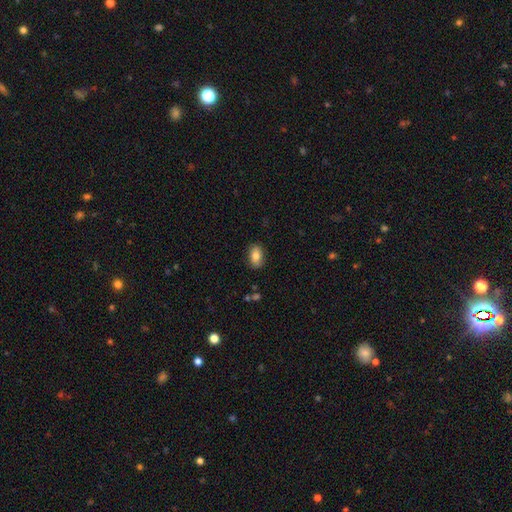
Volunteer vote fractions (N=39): A smooth galaxy with no disk features (79%) that is in between round and cigar-shaped (90%). Merging: none (89%).